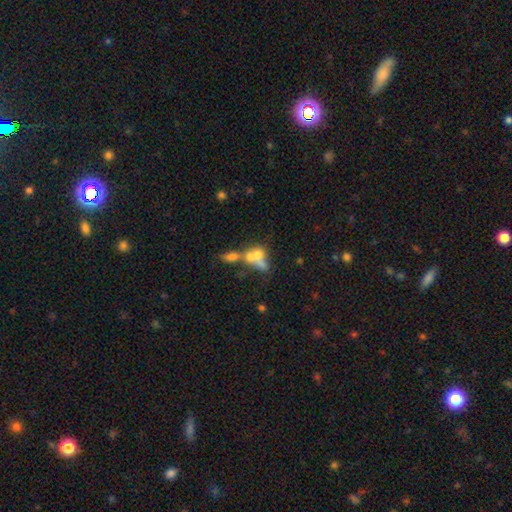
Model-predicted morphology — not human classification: smooth-or-featured: smooth: 54% | featured or disk: 33% | star or artifact: 13%
  how-rounded: in between: 53% | round: 40% | cigar-shaped: 7%
  merging: merger: 65% | none: 18% | major disturbance: 9% | minor disturbance: 7%